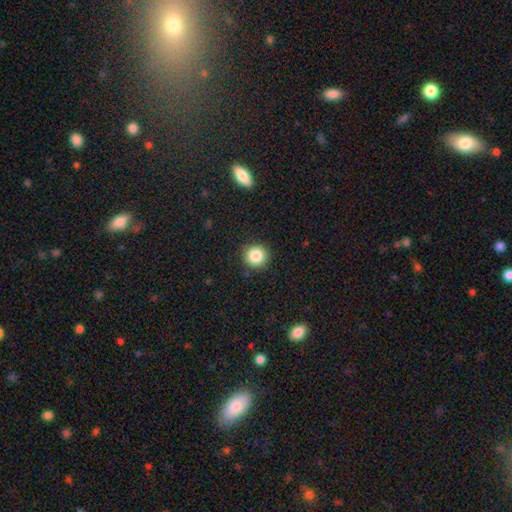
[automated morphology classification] This appears to be a smooth galaxy with no disk features (84%) that is round (94%). Merging: none (90%).